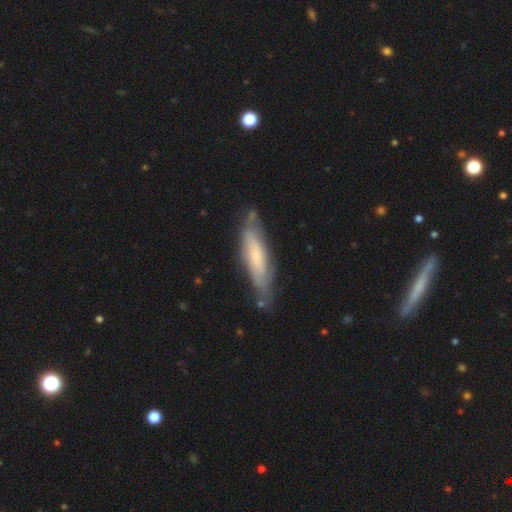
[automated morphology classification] The model was most divided on "smooth or featured": featured or disk: 50%, smooth: 44%, star or artifact: 6%. More confident: merging — none (72%).